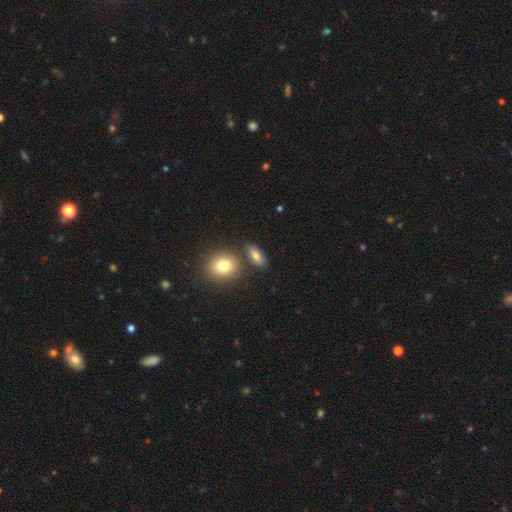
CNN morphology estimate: Smooth or featured?
  - smooth: 75% *
  - featured or disk: 14%
  - star or artifact: 10%
How rounded?
  - in between: 67% *
  - round: 19%
  - cigar-shaped: 15%
Merging?
  - none: 77% *
  - minor disturbance: 11%
  - merger: 9%
  - major disturbance: 3%